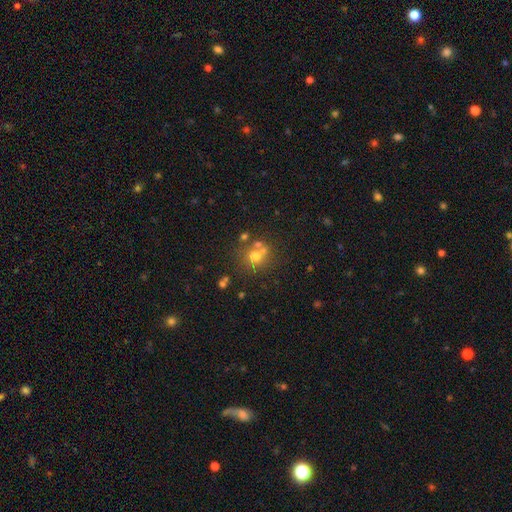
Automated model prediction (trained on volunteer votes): Smooth or featured? Predicted: smooth (p=0.62). How rounded? Predicted: round (p=0.82). Merging? Predicted: none (p=0.55).